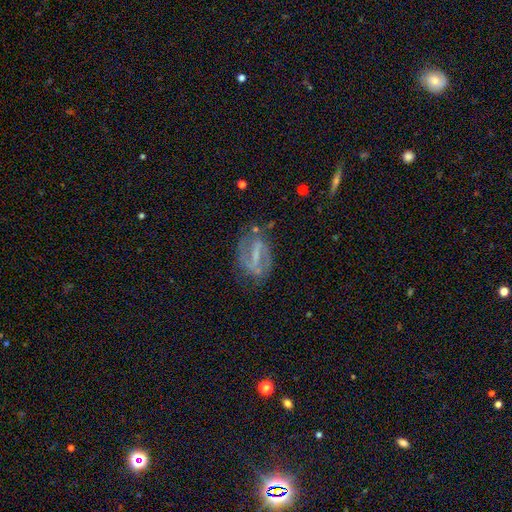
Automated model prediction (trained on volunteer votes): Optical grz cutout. It shows a featured or disk galaxy (80%) with a strong bar (57%), 2 (82%) medium (47%) spiral arms (85%) and no central bulge (41%, tied with small). Merging: none (68%).